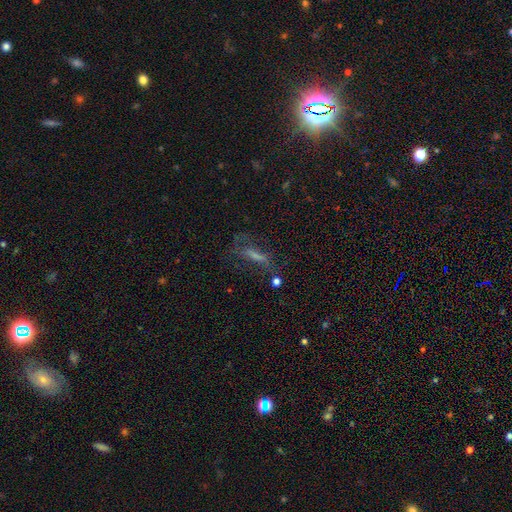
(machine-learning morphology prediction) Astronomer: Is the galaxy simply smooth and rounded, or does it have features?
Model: smooth — 44% (runner-up: featured or disk, 36%).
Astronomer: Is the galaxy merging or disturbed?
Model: none — 46% (runner-up: major disturbance, 28%).